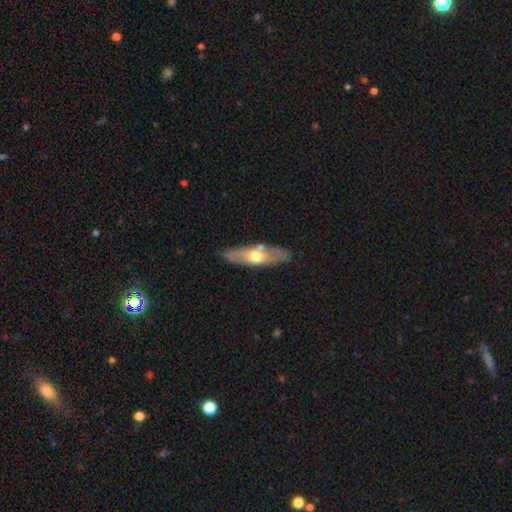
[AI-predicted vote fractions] Smooth or featured: featured or disk — 48% (smooth — 46%)
Merging: none — 80% (minor disturbance — 12%)